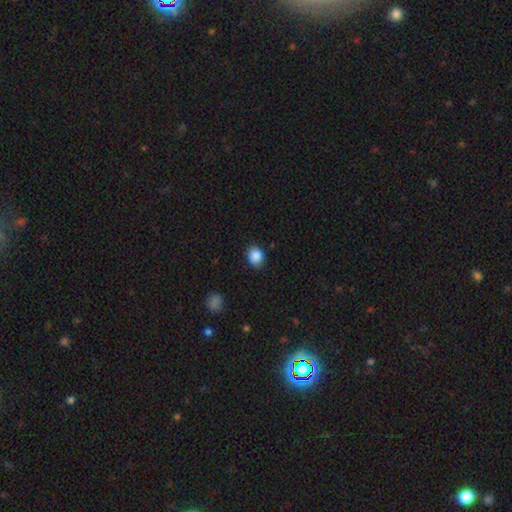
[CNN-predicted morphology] smooth-or-featured: smooth: 88% | star or artifact: 9% | featured or disk: 3%
  how-rounded: round: 65% | in between: 34% | cigar-shaped: 1%
  merging: none: 85% | minor disturbance: 11% | major disturbance: 3% | merger: 1%